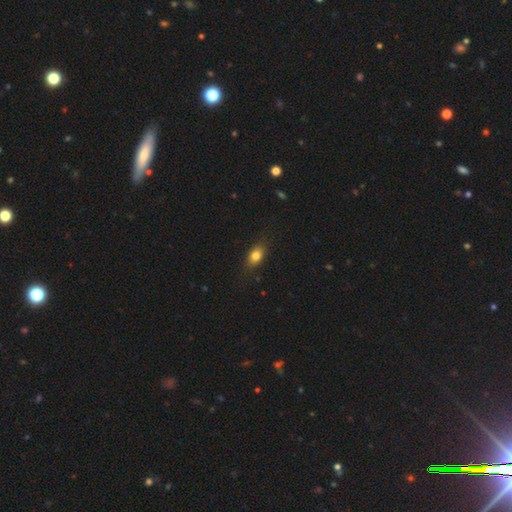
Volunteers were most divided on "smooth or featured": smooth: 70%, featured or disk: 27%, star or artifact: 3%. More confident: merging — none (83%); how rounded — in between (73%).